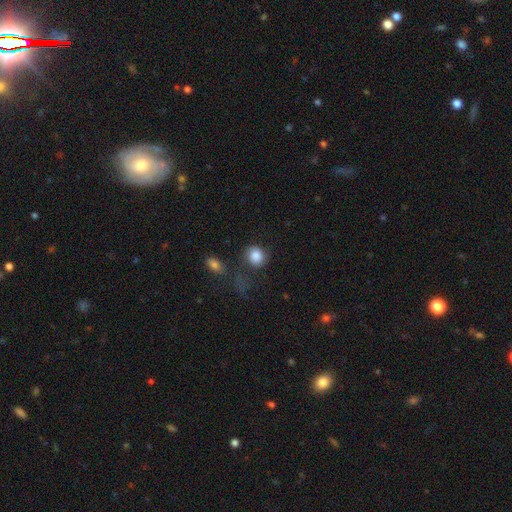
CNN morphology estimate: This is clearly a smooth galaxy (83%). How rounded: likely round (76%). Merging: possibly none (55%).